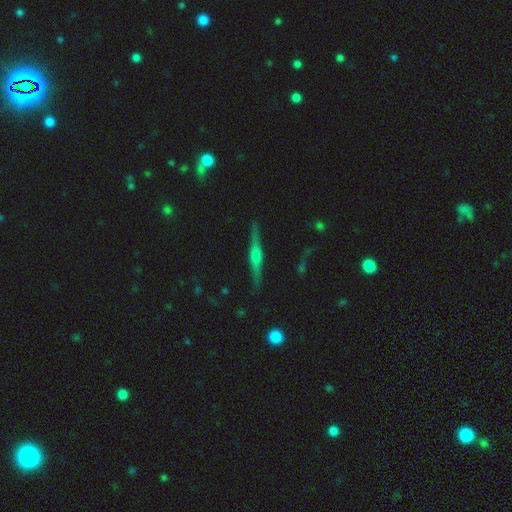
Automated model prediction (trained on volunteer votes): Q: Smooth or featured?
A: featured or disk (76%); runner-up: smooth (16%)
Q: Edge-on disk?
A: yes (98%); runner-up: no (2%)
Q: Edge-on bulge?
A: rounded (74%); runner-up: boxy (18%)
Q: Merging?
A: none (89%); runner-up: minor disturbance (8%)